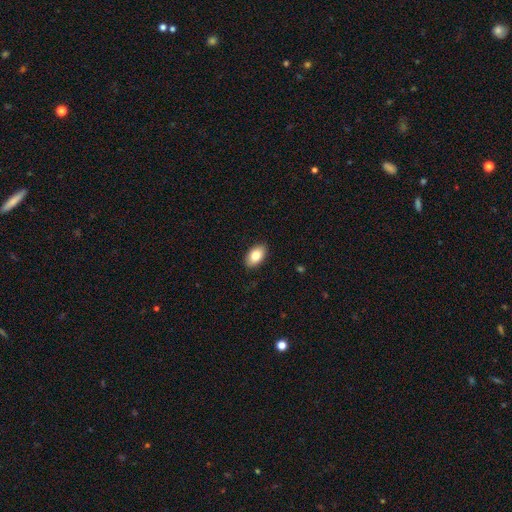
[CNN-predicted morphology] A smooth galaxy with no disk features (83%) that is in between round and cigar-shaped (93%). Merging: none (90%).